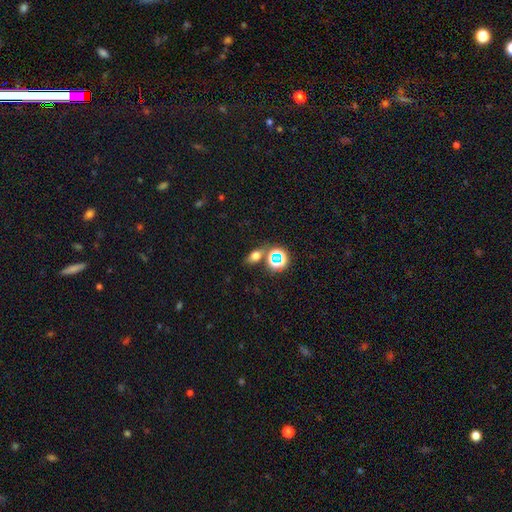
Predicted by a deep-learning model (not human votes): Smooth or featured?
  - smooth: 63% *
  - star or artifact: 26%
  - featured or disk: 11%
How rounded?
  - in between: 74% *
  - round: 22%
  - cigar-shaped: 4%
Merging?
  - none: 73% *
  - merger: 13%
  - minor disturbance: 10%
  - major disturbance: 4%